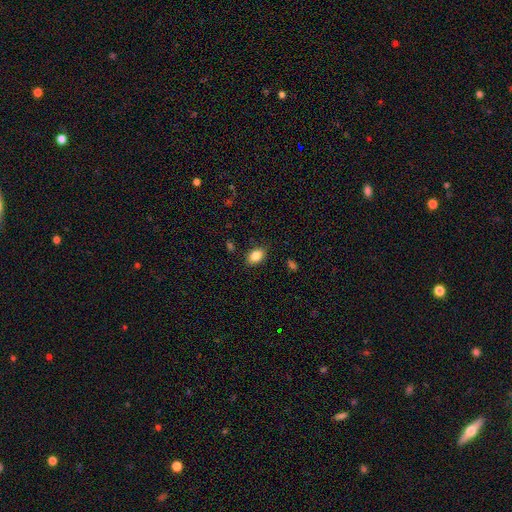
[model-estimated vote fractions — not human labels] Overall: smooth (85%). How rounded: in between (82%). Merging: none (84%).